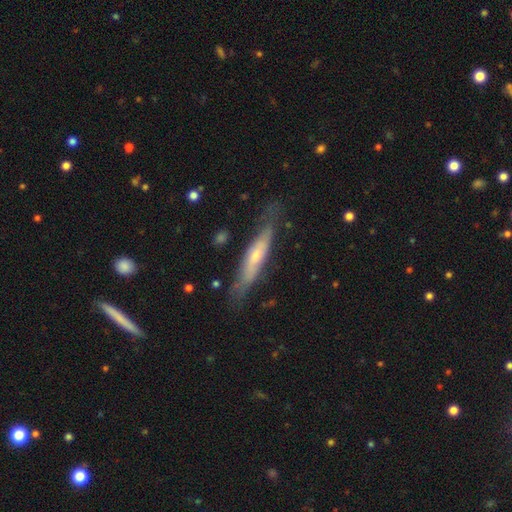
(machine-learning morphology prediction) The model was most divided on "smooth or featured": featured or disk: 56%, smooth: 38%, star or artifact: 6%. More confident: merging — none (72%); edge-on disk — yes (71%).